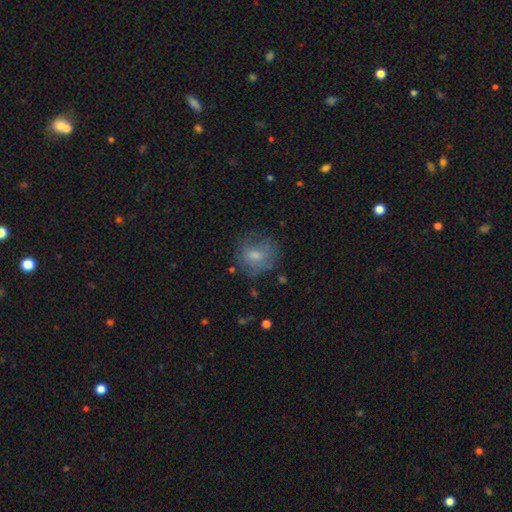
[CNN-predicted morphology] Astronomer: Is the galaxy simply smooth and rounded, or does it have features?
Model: smooth — 63%.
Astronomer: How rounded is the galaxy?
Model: round — 70%.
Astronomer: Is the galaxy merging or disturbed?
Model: none — 62%.